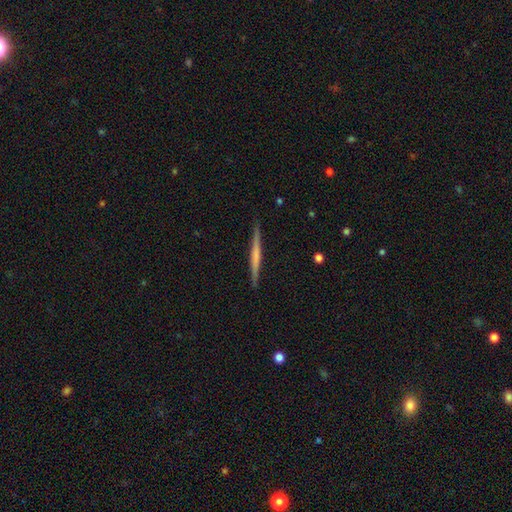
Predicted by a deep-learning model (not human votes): Overall: featured or disk (56%; smooth 38%). Edge-on disk: yes (98%). Edge-on bulge: none (69%). Merging: none (91%).